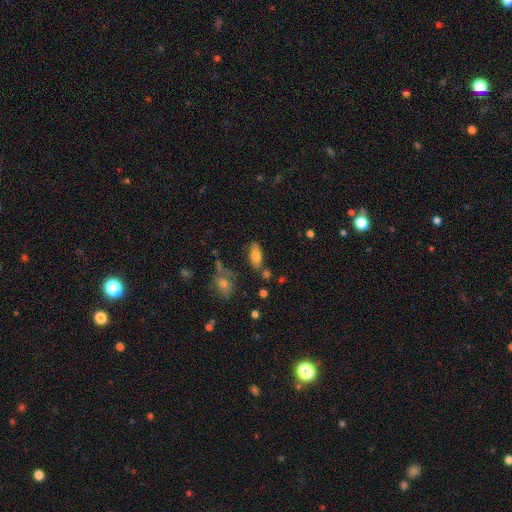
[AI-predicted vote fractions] smooth-or-featured: smooth: 77% | featured or disk: 15% | star or artifact: 8%
  how-rounded: in between: 85% | cigar-shaped: 12% | round: 3%
  merging: none: 71% | minor disturbance: 16% | merger: 9% | major disturbance: 4%